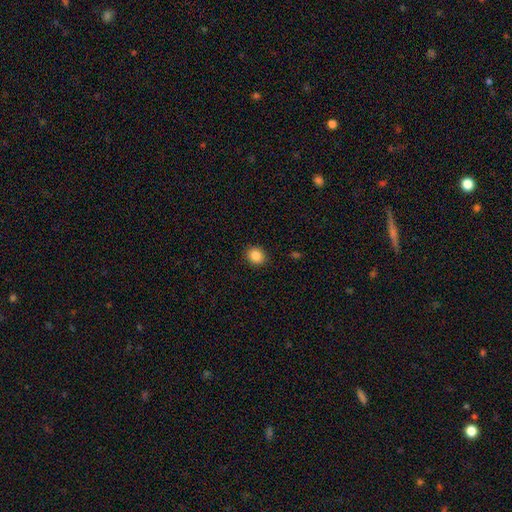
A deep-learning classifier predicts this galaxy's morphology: smooth_or_featured: smooth (p=0.86) [alt: star or artifact p=0.10]
how_rounded: round (p=0.72) [alt: in between p=0.27]
merging: none (p=0.90) [alt: minor disturbance p=0.07]